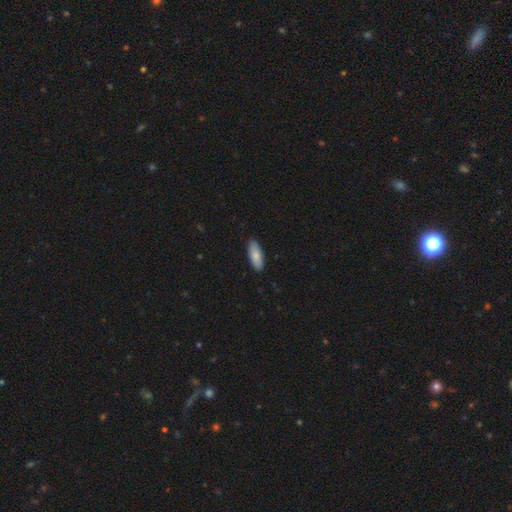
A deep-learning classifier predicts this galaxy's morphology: A smooth galaxy with no disk features (84%) that is in between round and cigar-shaped (77%). Merging: none (89%).